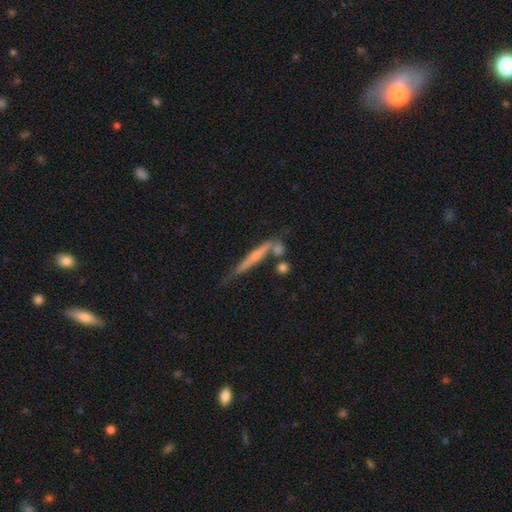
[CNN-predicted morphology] This is possibly a featured or disk galaxy (57%). It is clearly viewed edge-on (91%). Edge-on bulge: possibly rounded (45%, tied with none). Merging: possibly none (58%).